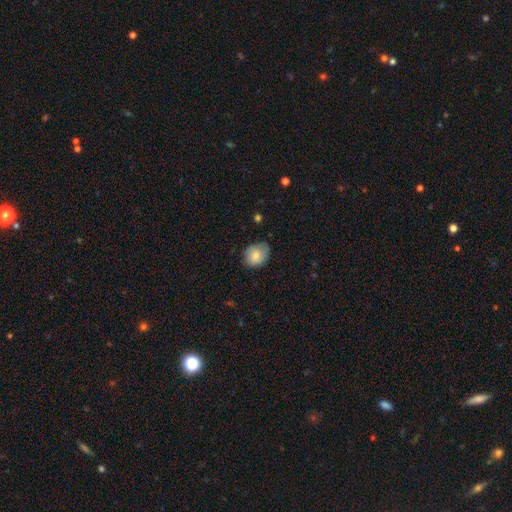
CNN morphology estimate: A smooth galaxy with no disk features (77%) that is round (51%). Merging: none (68%).